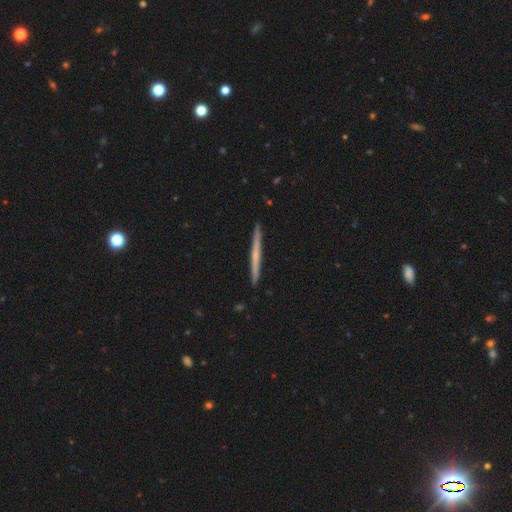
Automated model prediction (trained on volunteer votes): Smooth or featured: featured or disk — 52% (smooth — 42%)
Edge-on disk: yes — 98% (no — 2%)
Edge-on bulge: none — 76% (rounded — 20%)
Merging: none — 92% (minor disturbance — 5%)